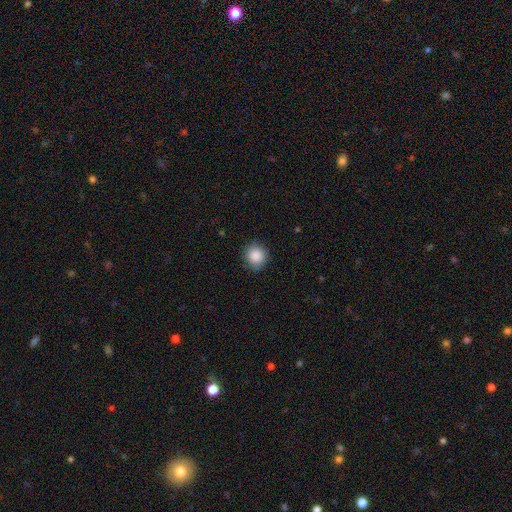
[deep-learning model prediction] Morphology: type=smooth (88%); roundness=round (89%); merging=none (86%).